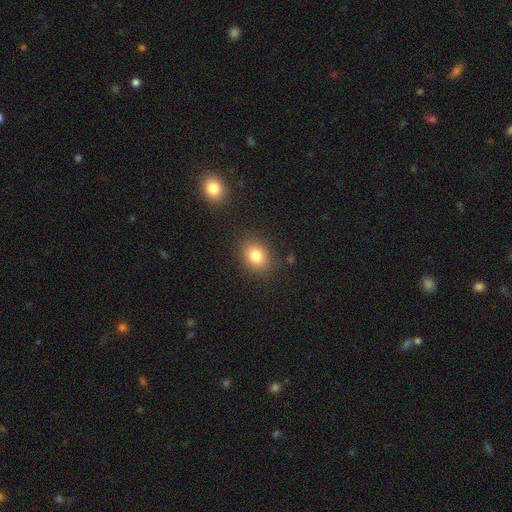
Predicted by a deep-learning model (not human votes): Morphology: type=smooth (81%); roundness=round (57%); merging=none (85%).